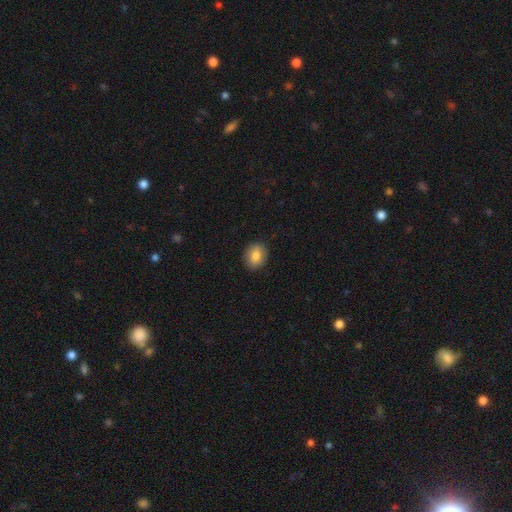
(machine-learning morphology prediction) This appears to be a smooth galaxy with no disk features (83%) that is round (50%). Merging: none (88%).